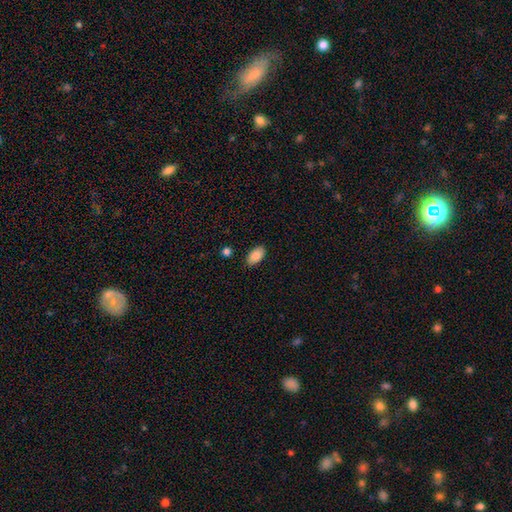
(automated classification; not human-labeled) The model was most divided on "merging": none: 85%, minor disturbance: 11%, major disturbance: 2%, merger: 2%. More confident: how rounded — in between (94%); smooth or featured — smooth (88%).